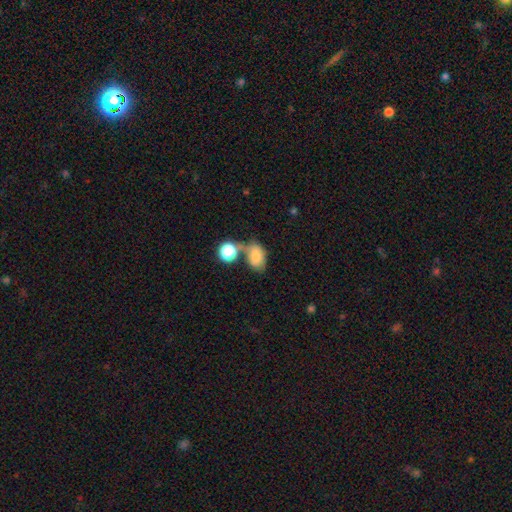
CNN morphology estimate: smooth 79%, featured or disk 12%, star or artifact 9%. Down the decision tree: how rounded — in between (84%); merging — merger (37%).